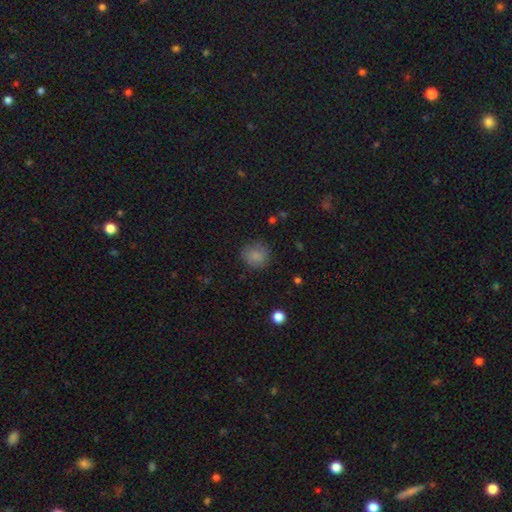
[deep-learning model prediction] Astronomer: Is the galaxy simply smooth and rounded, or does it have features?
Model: smooth — 81%.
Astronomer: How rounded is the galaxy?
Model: round — 84%.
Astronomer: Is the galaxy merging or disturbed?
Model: none — 79%.